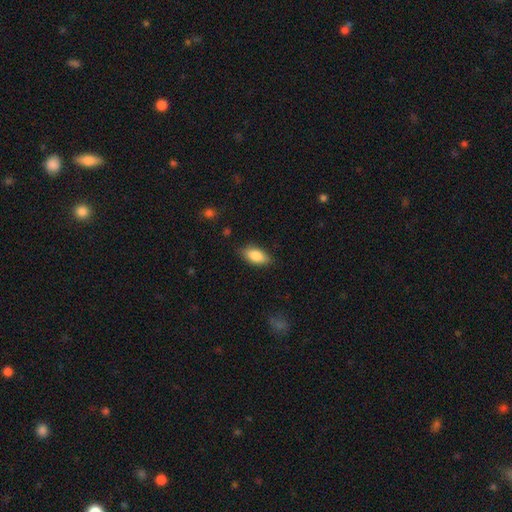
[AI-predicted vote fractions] smooth_or_featured: smooth (p=0.84) [alt: featured or disk p=0.09]
how_rounded: in between (p=0.88) [alt: cigar-shaped p=0.09]
merging: none (p=0.83) [alt: minor disturbance p=0.13]